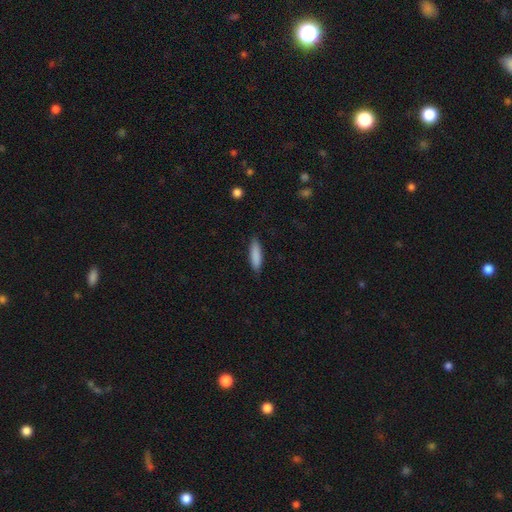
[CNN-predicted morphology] This appears to be a smooth galaxy with no disk features (86%) that is cigar-shaped (67%). Merging: none (85%).